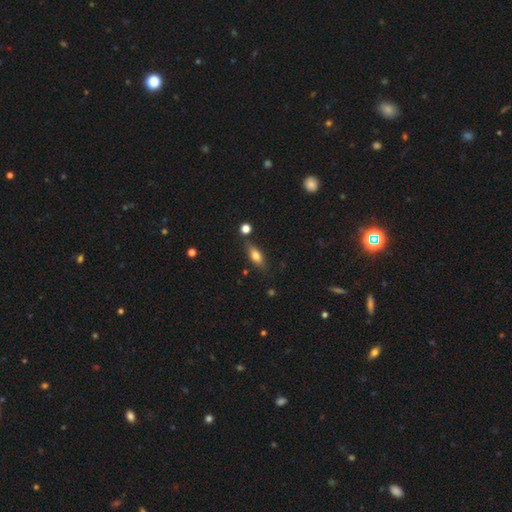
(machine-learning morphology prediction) This appears to be a smooth galaxy with no disk features (73%) that is in between round and cigar-shaped (74%). Merging: none (78%).